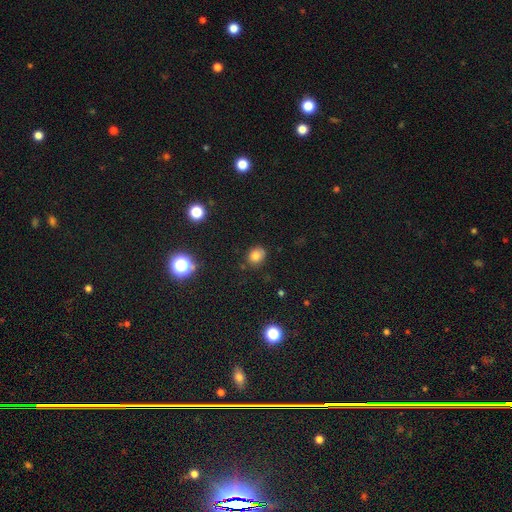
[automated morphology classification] Smooth or featured: smooth — 77% (star or artifact — 15%)
How rounded: round — 62% (in between — 37%)
Merging: none — 80% (minor disturbance — 15%)